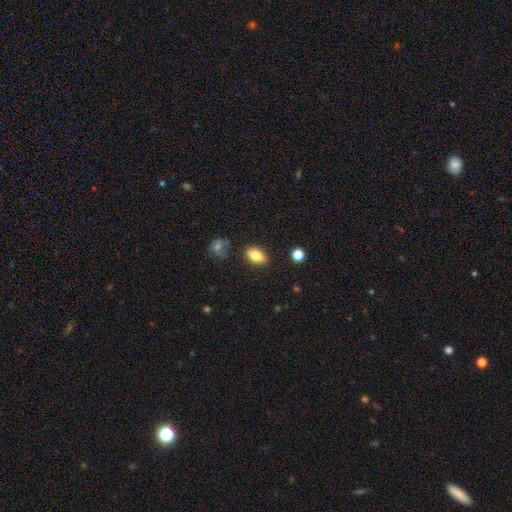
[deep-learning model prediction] Smooth or featured? Predicted: smooth (p=0.81). How rounded? Predicted: in between (p=0.88). Merging? Predicted: none (p=0.85).